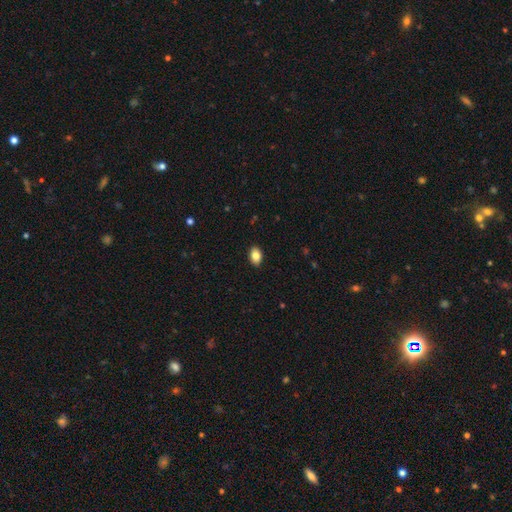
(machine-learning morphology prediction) Overall: smooth (84%). How rounded: in between (88%). Merging: none (90%).